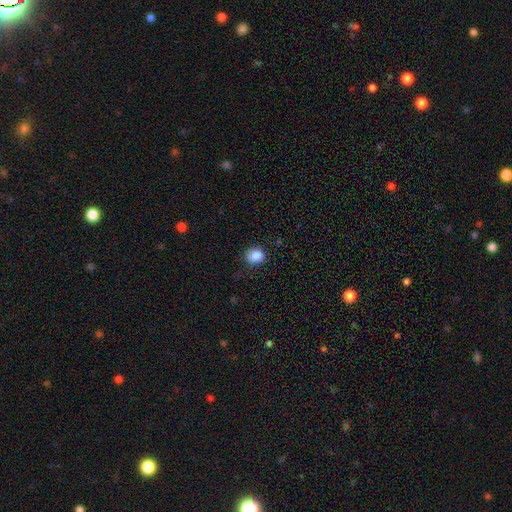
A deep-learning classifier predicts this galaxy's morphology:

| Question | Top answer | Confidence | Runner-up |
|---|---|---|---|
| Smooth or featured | smooth | 88% | star or artifact (9%) |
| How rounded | round | 58% | in between (41%) |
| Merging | none | 80% | minor disturbance (15%) |